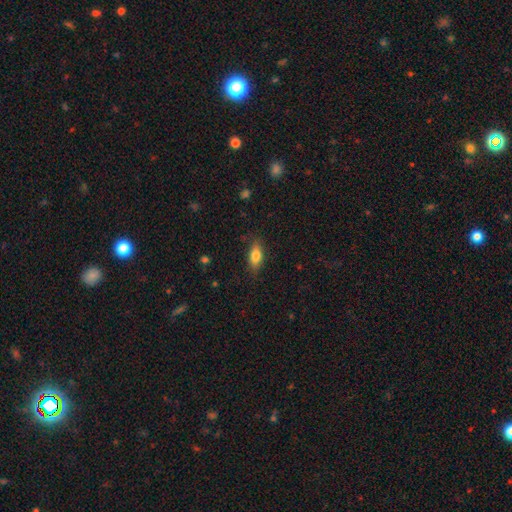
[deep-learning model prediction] A smooth galaxy with no disk features (80%) that is in between round and cigar-shaped (82%).

Vote fractions:
- Smooth or featured? smooth: 80% / featured or disk: 12% / star or artifact: 8%
- How rounded? in between: 82% / cigar-shaped: 14% / round: 4%
- Merging? none: 81% / minor disturbance: 14% / major disturbance: 3% / merger: 1%